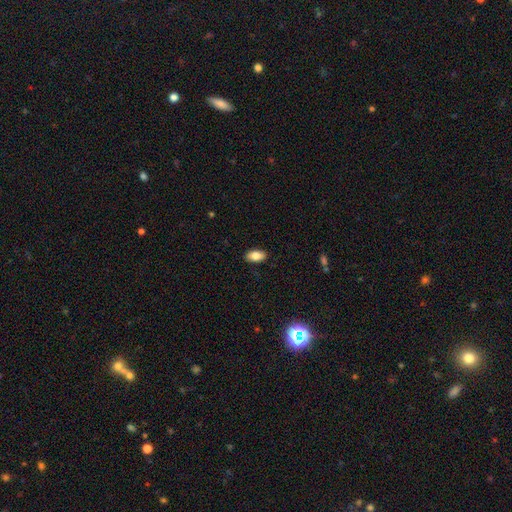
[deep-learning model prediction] smooth 83%, featured or disk 8%, star or artifact 8%. Down the decision tree: how rounded — in between (92%); merging — none (89%).